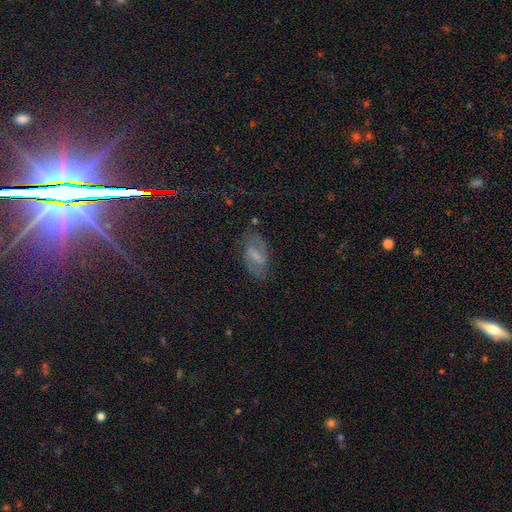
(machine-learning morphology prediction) This is possibly a featured or disk galaxy (49%). Merging: likely none (74%).